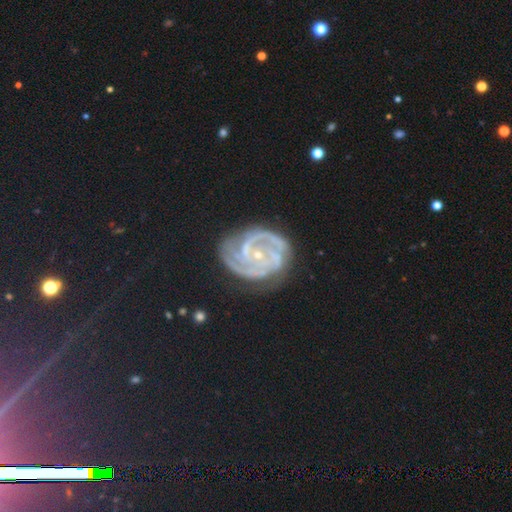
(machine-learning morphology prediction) Q: Smooth or featured?
A: featured or disk (71%); runner-up: star or artifact (19%)
Q: Edge-on disk?
A: no (98%); runner-up: yes (2%)
Q: Bar?
A: no (58%); runner-up: weak (28%)
Q: Spiral arms?
A: yes (96%); runner-up: no (4%)
Q: Spiral winding?
A: tight (57%); runner-up: medium (34%)
Q: Spiral arm count?
A: 2 (39%); runner-up: 3 (21%)
Q: Bulge size?
A: small (82%); runner-up: moderate (14%)
Q: Merging?
A: none (73%); runner-up: minor disturbance (18%)